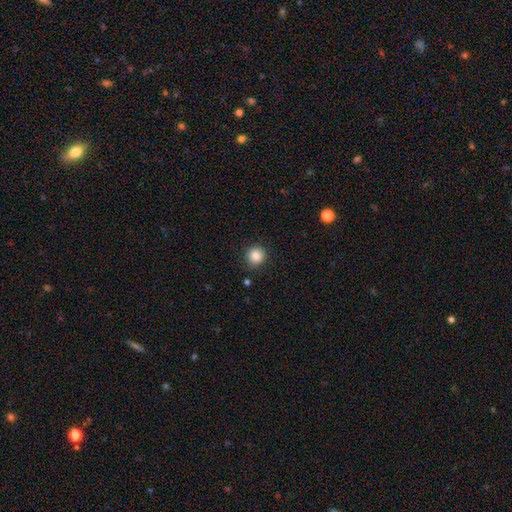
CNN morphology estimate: Overall: smooth (86%). How rounded: round (90%). Merging: none (88%).